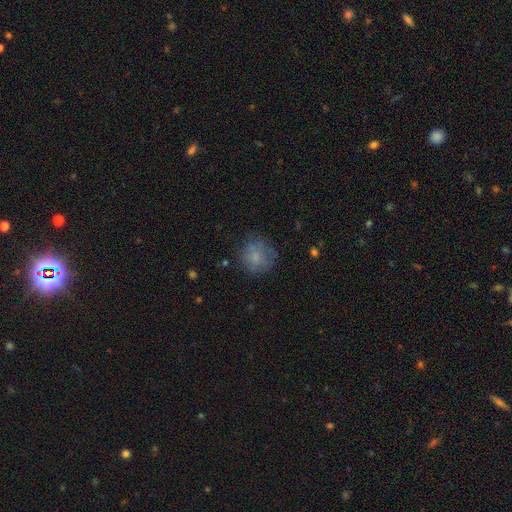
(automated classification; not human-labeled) Smooth or featured? smooth (76%)
How rounded? round (86%)
Merging? none (69%)